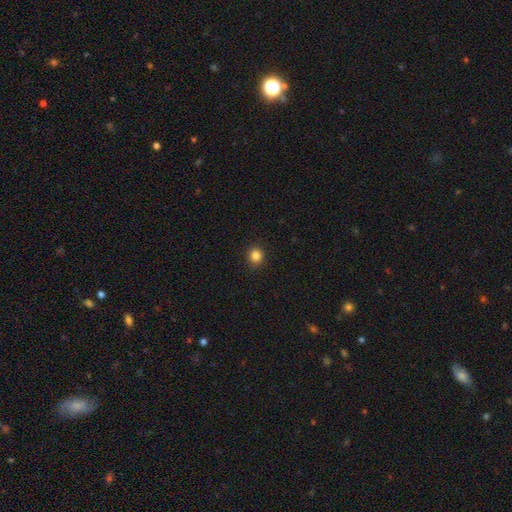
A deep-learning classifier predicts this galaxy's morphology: This is clearly a smooth galaxy (84%). How rounded: clearly round (91%). Merging: clearly none (92%).